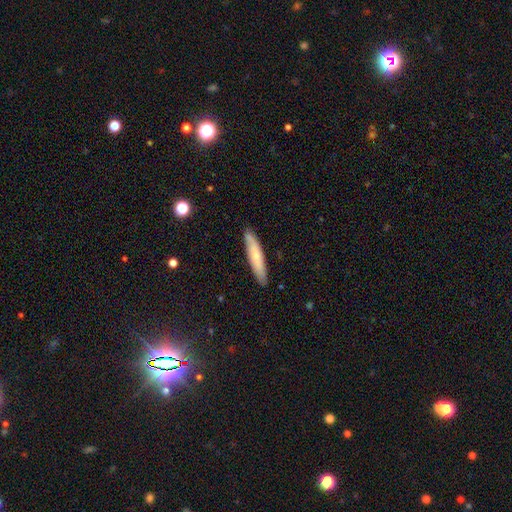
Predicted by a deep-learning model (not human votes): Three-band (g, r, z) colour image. It shows a smooth galaxy with no disk features (61%) that is cigar-shaped (88%). Merging: none (87%).